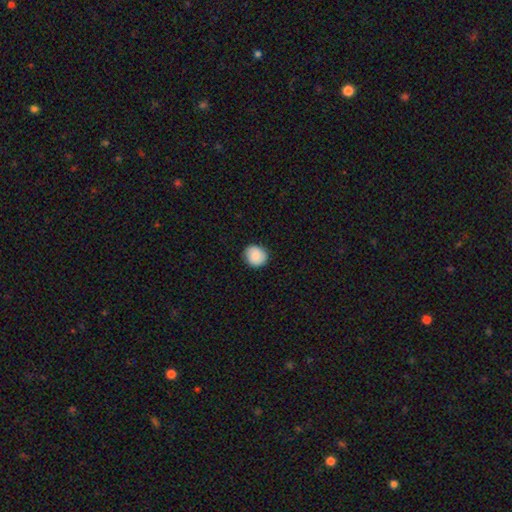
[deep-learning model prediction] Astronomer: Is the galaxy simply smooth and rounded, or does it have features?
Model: smooth — 84%.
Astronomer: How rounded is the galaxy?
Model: round — 84%.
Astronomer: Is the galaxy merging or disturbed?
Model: none — 88%.